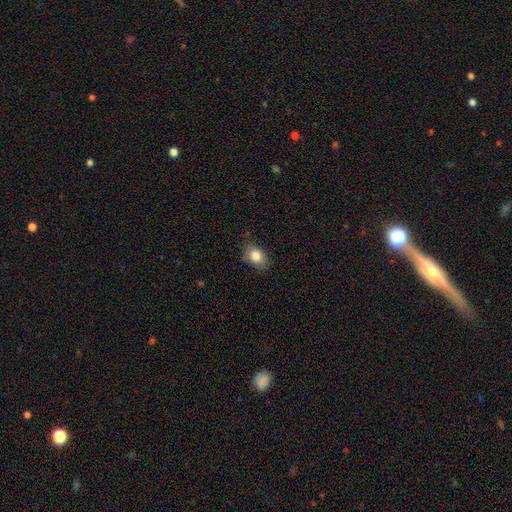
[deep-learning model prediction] Q: Smooth or featured?
A: smooth (82%); runner-up: featured or disk (9%)
Q: How rounded?
A: in between (77%); runner-up: round (22%)
Q: Merging?
A: none (74%); runner-up: minor disturbance (21%)